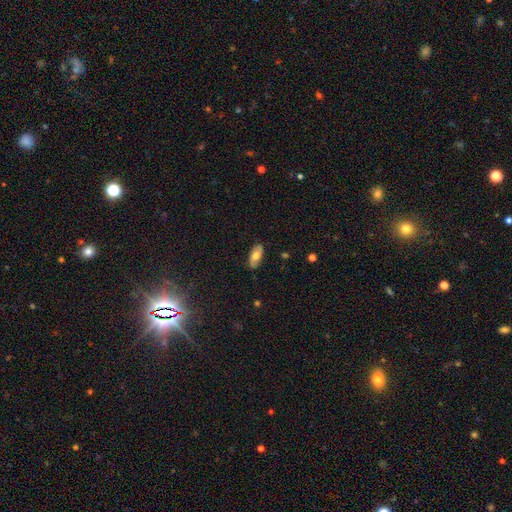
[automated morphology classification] smooth 62%, featured or disk 32%, star or artifact 7%. Down the decision tree: how rounded — in between (88%); merging — none (84%).